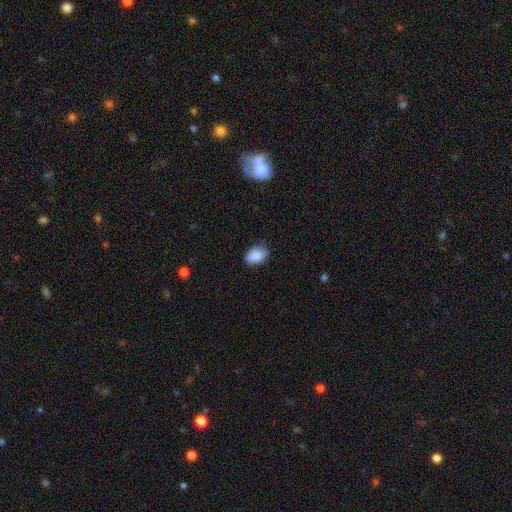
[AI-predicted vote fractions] This is clearly a smooth galaxy (87%). How rounded: clearly in between (84%). Merging: likely none (75%).